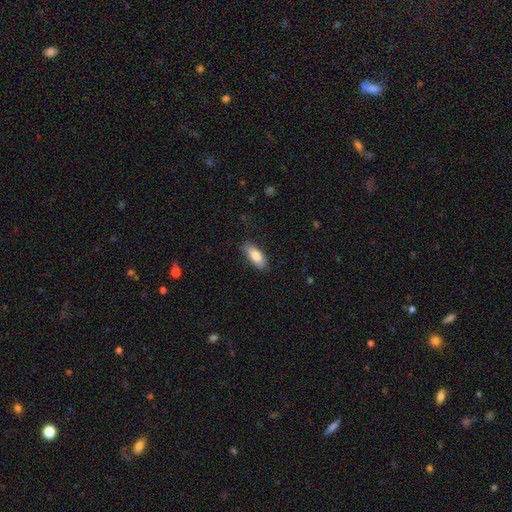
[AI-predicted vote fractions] A smooth galaxy with no disk features (82%) that is in between round and cigar-shaped (82%). Merging: none (80%).